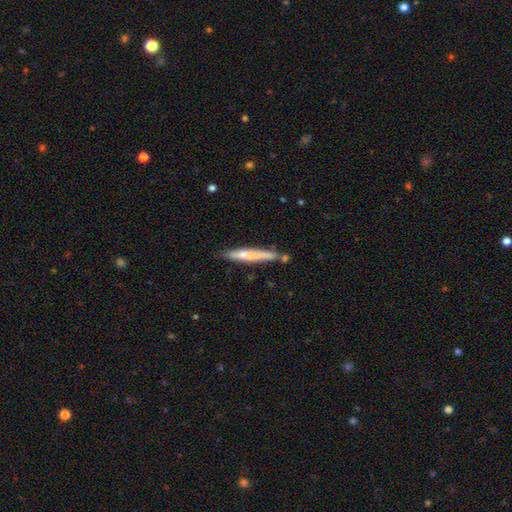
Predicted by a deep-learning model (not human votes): Smooth or featured? smooth (58%)
How rounded? cigar-shaped (94%)
Merging? none (65%)